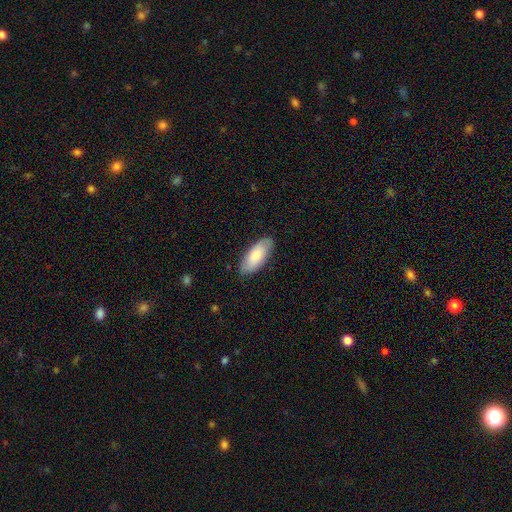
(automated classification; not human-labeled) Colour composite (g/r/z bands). It shows a smooth galaxy with no disk features (79%) that is in between round and cigar-shaped (86%). Merging: none (83%).